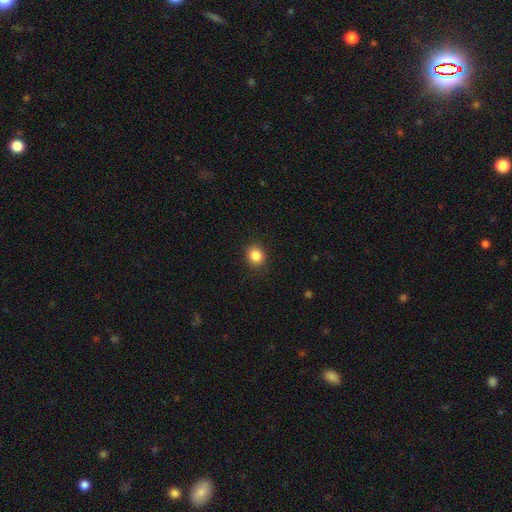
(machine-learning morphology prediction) Smooth or featured? smooth (86%)
How rounded? round (84%)
Merging? none (90%)